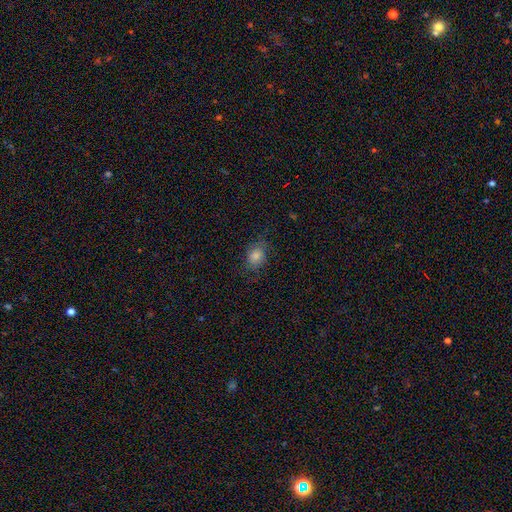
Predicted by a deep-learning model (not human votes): smooth 68%, featured or disk 17%, star or artifact 15%. Down the decision tree: how rounded — in between (53%); merging — none (72%).